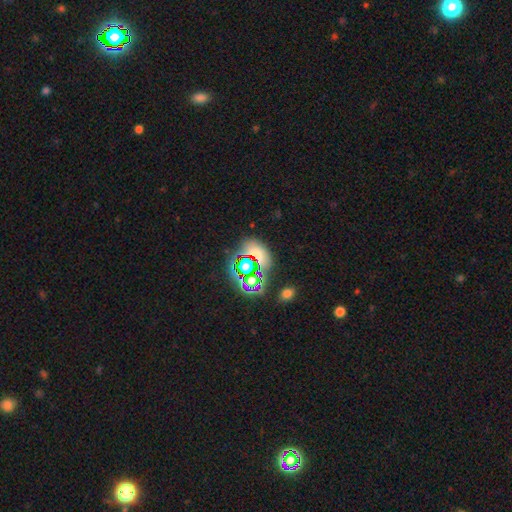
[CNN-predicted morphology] A star or artifact, not a galaxy (54%).